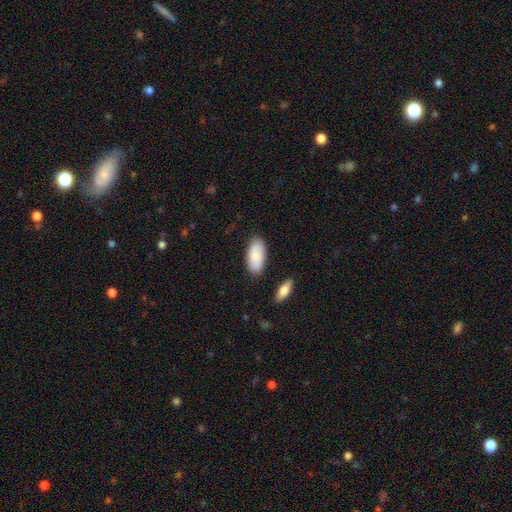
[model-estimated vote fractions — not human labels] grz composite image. It shows a smooth galaxy with no disk features (81%) that is in between round and cigar-shaped (93%). Merging: none (83%).